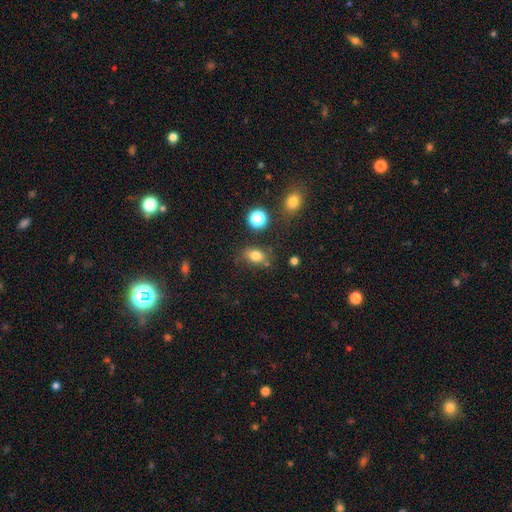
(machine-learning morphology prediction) The model was most divided on "how rounded": in between: 73%, round: 25%, cigar-shaped: 2%. More confident: smooth or featured — smooth (78%); merging — none (71%).